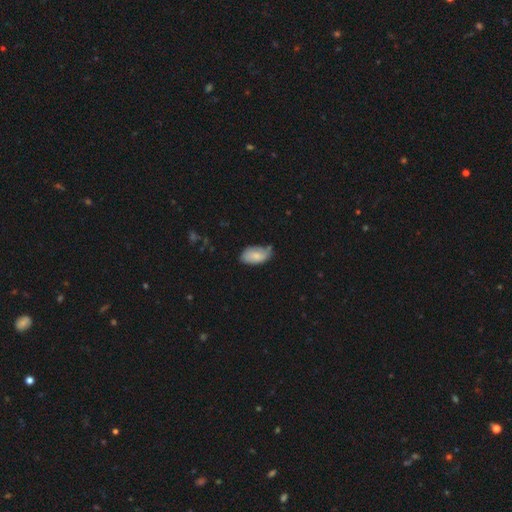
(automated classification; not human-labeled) Smooth or featured?
  - smooth: 75% *
  - featured or disk: 19%
  - star or artifact: 7%
How rounded?
  - in between: 94% *
  - round: 4%
  - cigar-shaped: 2%
Merging?
  - none: 53% *
  - minor disturbance: 37%
  - major disturbance: 7%
  - merger: 3%